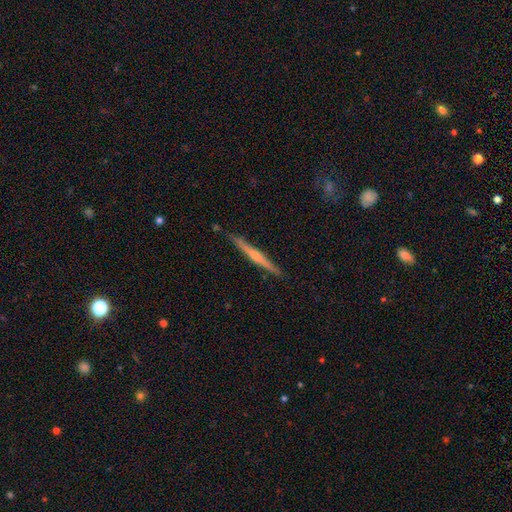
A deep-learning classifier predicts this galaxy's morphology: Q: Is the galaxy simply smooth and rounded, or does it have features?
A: featured or disk — 63%.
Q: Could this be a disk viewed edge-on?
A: yes — 98%.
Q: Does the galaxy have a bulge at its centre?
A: rounded — 51%.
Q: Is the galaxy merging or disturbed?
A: none — 89%.